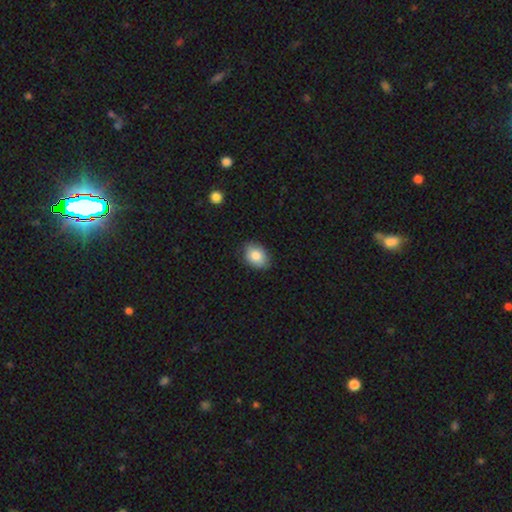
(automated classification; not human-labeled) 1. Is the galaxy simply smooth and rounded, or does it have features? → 83% smooth, 10% featured or disk, 7% star or artifact.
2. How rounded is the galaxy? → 79% in between, 20% round, 1% cigar-shaped.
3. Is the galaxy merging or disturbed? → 83% none, 14% minor disturbance, 2% major disturbance, 1% merger.